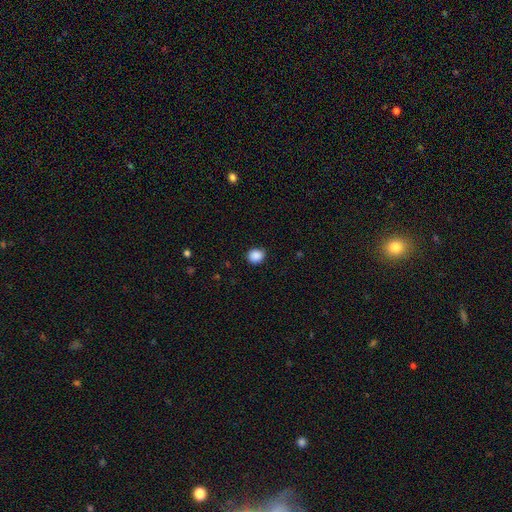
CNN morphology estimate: Overall: smooth (88%). How rounded: round (76%). Merging: none (87%).